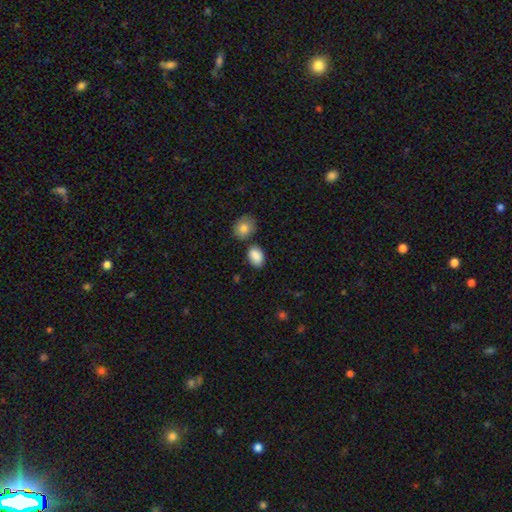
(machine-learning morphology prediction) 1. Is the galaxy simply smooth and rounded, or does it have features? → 88% smooth, 7% star or artifact, 5% featured or disk.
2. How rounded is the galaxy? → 81% in between, 18% round, 1% cigar-shaped.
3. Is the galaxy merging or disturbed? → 72% none, 14% minor disturbance, 10% merger, 3% major disturbance.